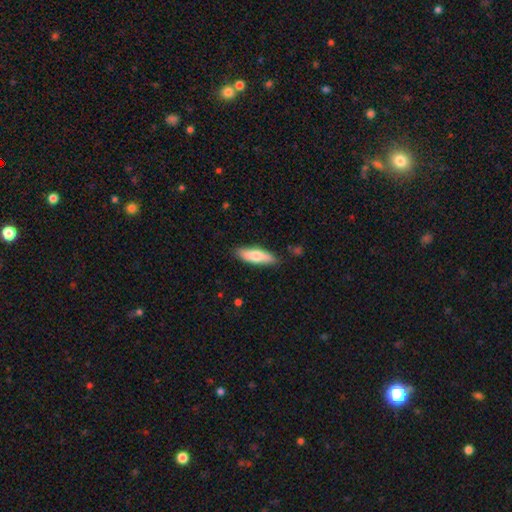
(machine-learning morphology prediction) Smooth or featured: smooth — 74% (featured or disk — 21%)
How rounded: cigar-shaped — 52% (in between — 46%)
Merging: none — 84% (minor disturbance — 12%)